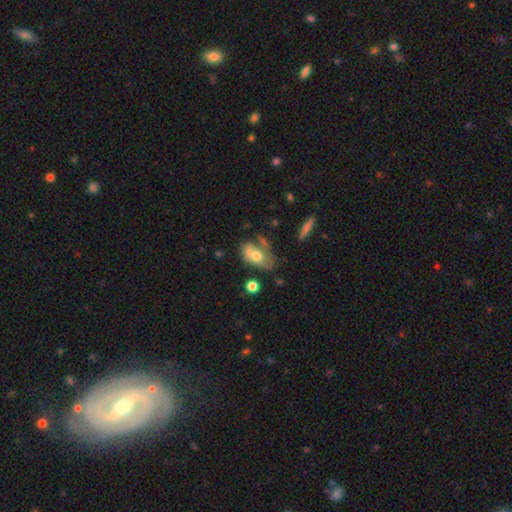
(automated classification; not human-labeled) The model was most divided on "merging": none: 31%, minor disturbance: 24%, major disturbance: 23%, merger: 22%. More confident: how rounded — in between (82%); smooth or featured — smooth (60%).